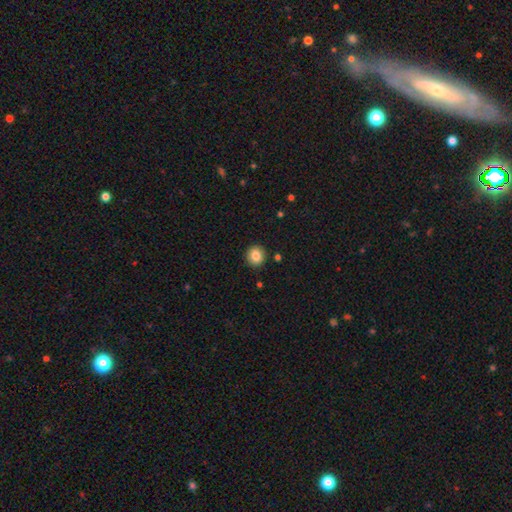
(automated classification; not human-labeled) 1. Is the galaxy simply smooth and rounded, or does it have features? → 85% smooth, 9% star or artifact, 6% featured or disk.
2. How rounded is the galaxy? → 91% round, 8% in between, 1% cigar-shaped.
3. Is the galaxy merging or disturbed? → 91% none, 6% minor disturbance, 2% major disturbance, 1% merger.